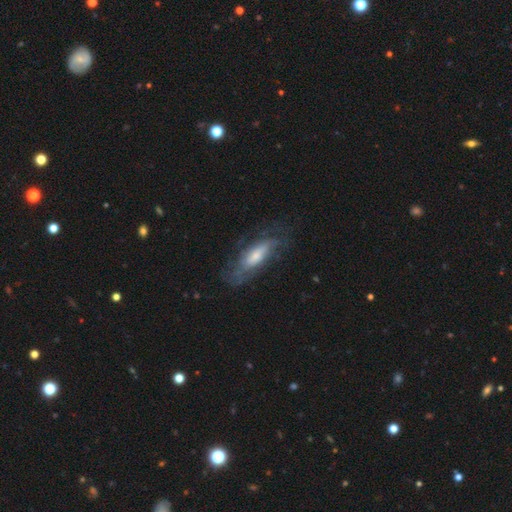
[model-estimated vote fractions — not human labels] featured or disk 62%, smooth 31%, star or artifact 7%. Down the decision tree: edge-on disk — no (77%); merging — none (64%).